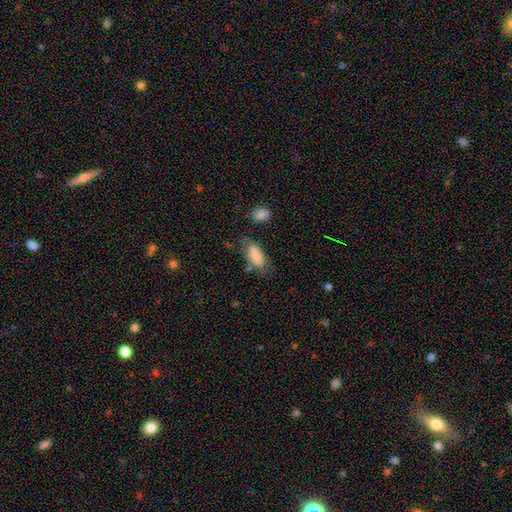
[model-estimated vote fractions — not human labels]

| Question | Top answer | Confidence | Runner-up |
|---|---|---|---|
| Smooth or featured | smooth | 77% | featured or disk (16%) |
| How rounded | in between | 88% | cigar-shaped (9%) |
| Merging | none | 55% | minor disturbance (27%) |